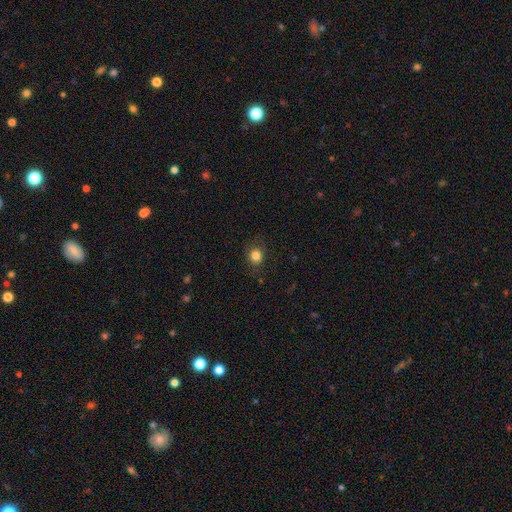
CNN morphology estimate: This is clearly a smooth galaxy (83%). How rounded: clearly round (83%). Merging: clearly none (84%).